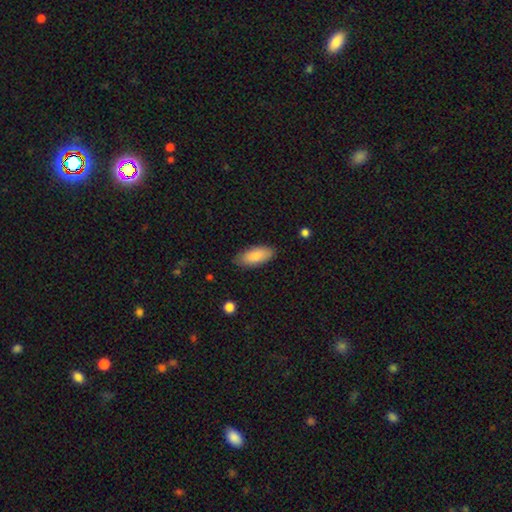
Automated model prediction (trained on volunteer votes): The model was most divided on "merging": none: 83%, minor disturbance: 13%, major disturbance: 2%, merger: 1%. More confident: smooth or featured — smooth (87%); how rounded — in between (86%).